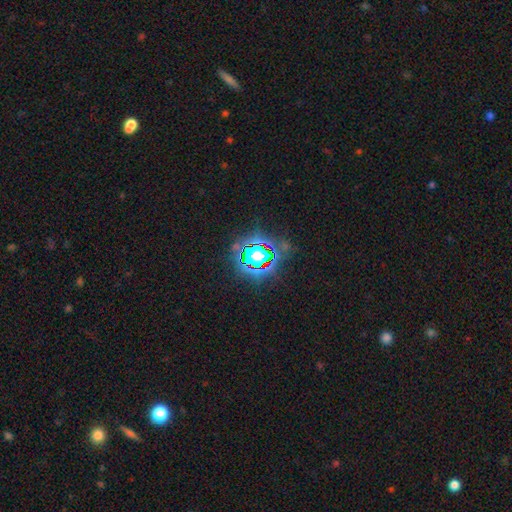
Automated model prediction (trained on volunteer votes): This appears to be a star or artifact, not a galaxy (84%).